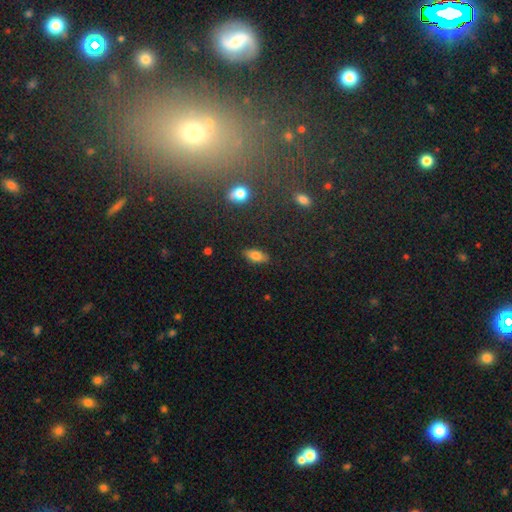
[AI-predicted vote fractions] A smooth galaxy with no disk features (75%) that is in between round and cigar-shaped (84%).

Vote fractions:
- Smooth or featured? smooth: 75% / featured or disk: 15% / star or artifact: 10%
- How rounded? in between: 84% / cigar-shaped: 12% / round: 4%
- Merging? none: 87% / minor disturbance: 9% / major disturbance: 2% / merger: 1%